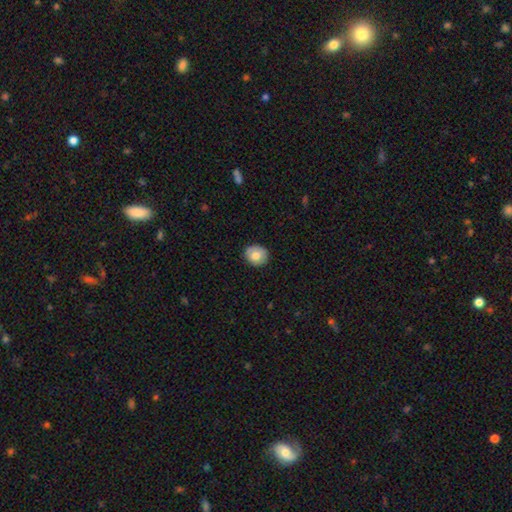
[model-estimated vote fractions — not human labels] Smooth or featured?
  - smooth: 73% *
  - featured or disk: 20%
  - star or artifact: 8%
How rounded?
  - round: 79% *
  - in between: 20%
  - cigar-shaped: 1%
Merging?
  - none: 86% *
  - minor disturbance: 11%
  - major disturbance: 2%
  - merger: 1%